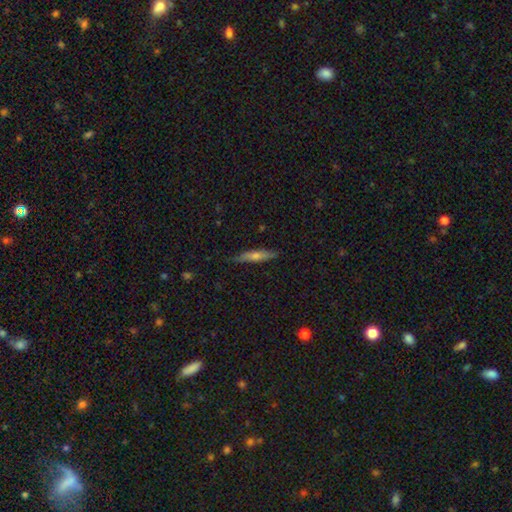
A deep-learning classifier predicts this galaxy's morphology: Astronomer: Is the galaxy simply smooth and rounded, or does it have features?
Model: smooth — 47% (runner-up: featured or disk, 46%).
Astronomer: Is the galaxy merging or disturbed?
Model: none — 86%.